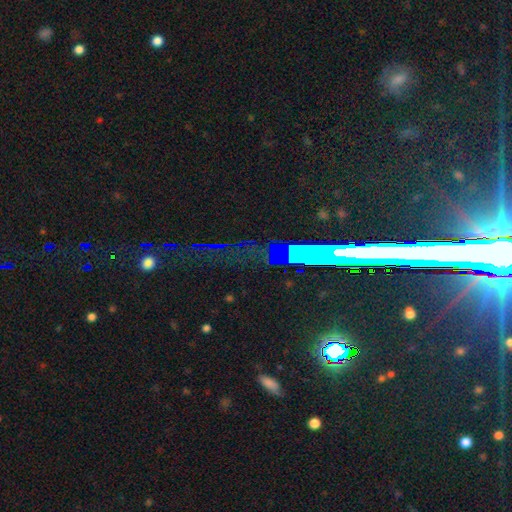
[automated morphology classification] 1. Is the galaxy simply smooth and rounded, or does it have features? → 66% star or artifact, 20% featured or disk, 14% smooth.